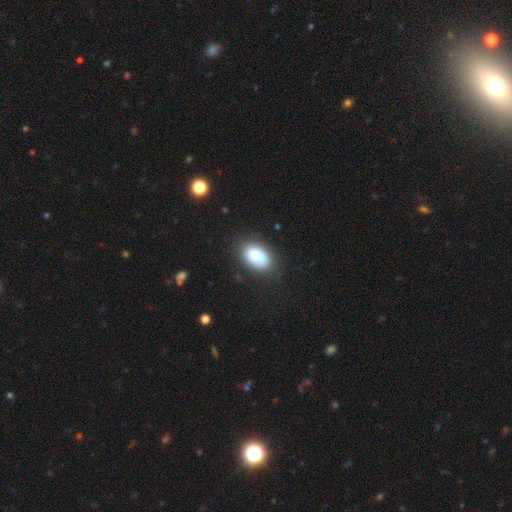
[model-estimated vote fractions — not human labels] The model was most divided on "merging": none: 80%, minor disturbance: 14%, major disturbance: 4%, merger: 2%. More confident: how rounded — in between (89%); smooth or featured — smooth (81%).